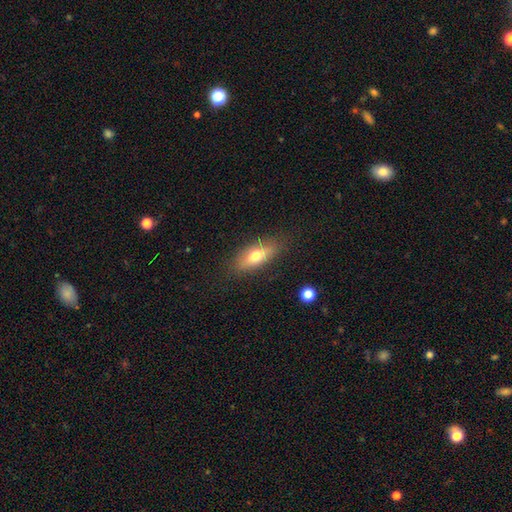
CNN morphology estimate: Q: Smooth or featured?
A: smooth (65%); runner-up: featured or disk (27%)
Q: How rounded?
A: in between (69%); runner-up: cigar-shaped (27%)
Q: Merging?
A: none (82%); runner-up: minor disturbance (13%)